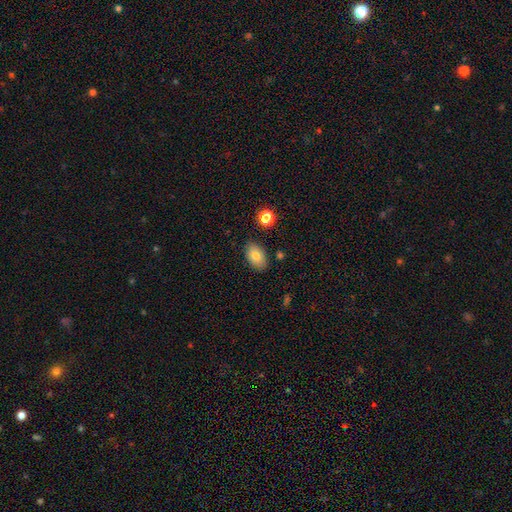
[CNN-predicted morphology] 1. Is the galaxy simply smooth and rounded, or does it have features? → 78% smooth, 13% featured or disk, 9% star or artifact.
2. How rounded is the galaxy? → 89% in between, 10% round, 1% cigar-shaped.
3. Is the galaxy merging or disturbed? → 83% none, 12% minor disturbance, 3% major disturbance, 2% merger.